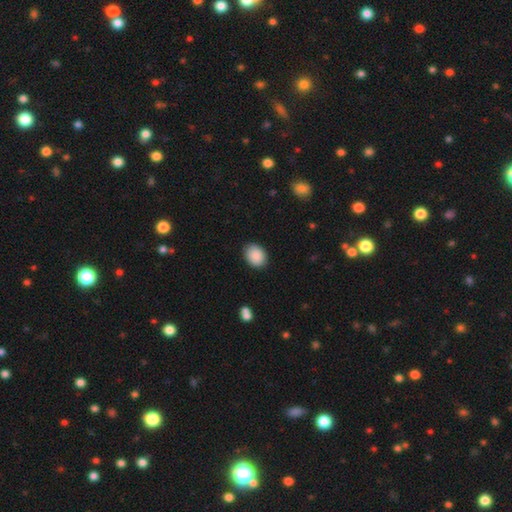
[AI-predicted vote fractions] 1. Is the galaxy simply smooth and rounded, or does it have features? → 89% smooth, 7% star or artifact, 4% featured or disk.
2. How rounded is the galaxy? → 62% in between, 37% round, 1% cigar-shaped.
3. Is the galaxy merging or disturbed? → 85% none, 11% minor disturbance, 2% major disturbance, 1% merger.